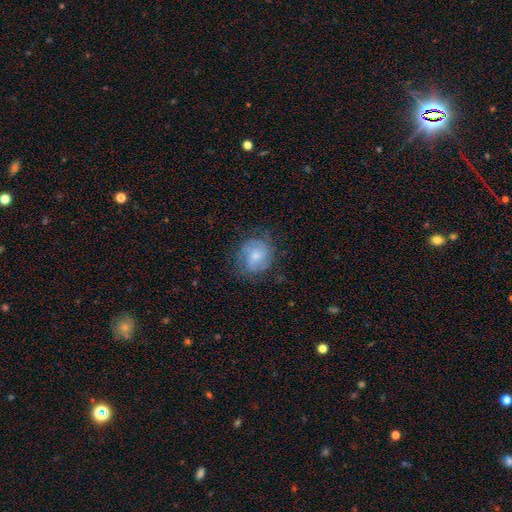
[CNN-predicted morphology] This appears to be a smooth galaxy with no disk features (50%). Merging: none (67%).